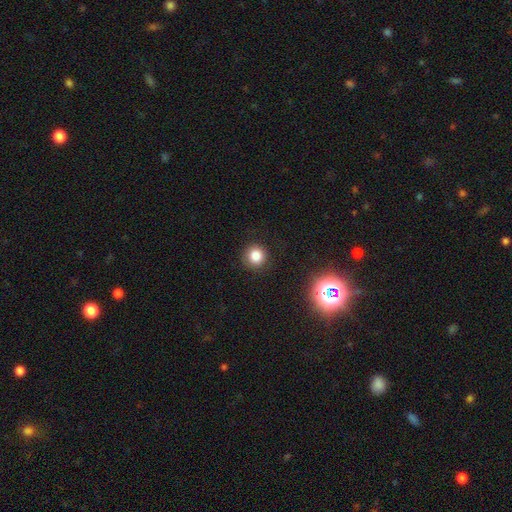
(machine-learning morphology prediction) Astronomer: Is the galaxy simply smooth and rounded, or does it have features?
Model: smooth — 82%.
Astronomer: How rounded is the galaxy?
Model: round — 92%.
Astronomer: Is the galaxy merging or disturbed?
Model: none — 88%.